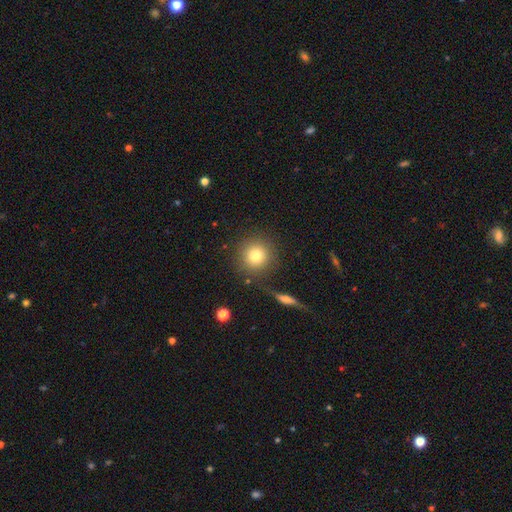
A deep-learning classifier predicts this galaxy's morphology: Smooth or featured: smooth — 79% (star or artifact — 11%)
How rounded: round — 93% (in between — 6%)
Merging: none — 84% (minor disturbance — 8%)